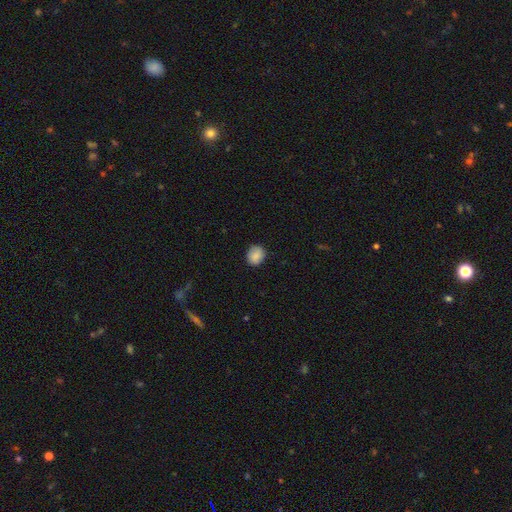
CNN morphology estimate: Overall: smooth (87%). How rounded: round (70%). Merging: none (85%).